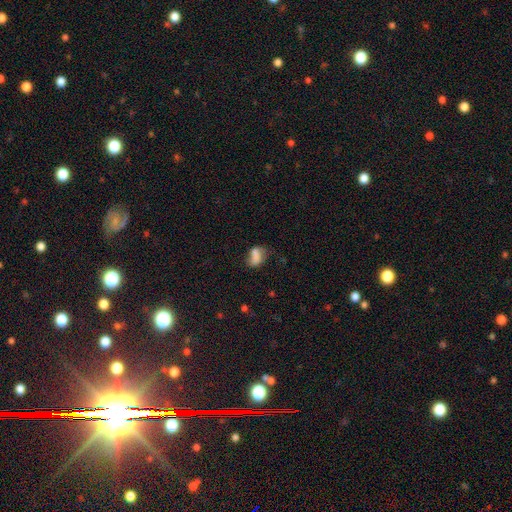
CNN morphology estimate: A smooth galaxy with no disk features (70%) that is in between round and cigar-shaped (81%). Merging: none (40%).